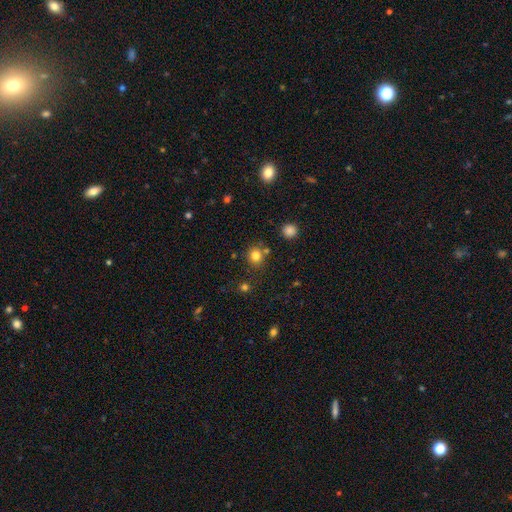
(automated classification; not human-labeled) A smooth galaxy with no disk features (79%) that is round (84%). Merging: none (77%).